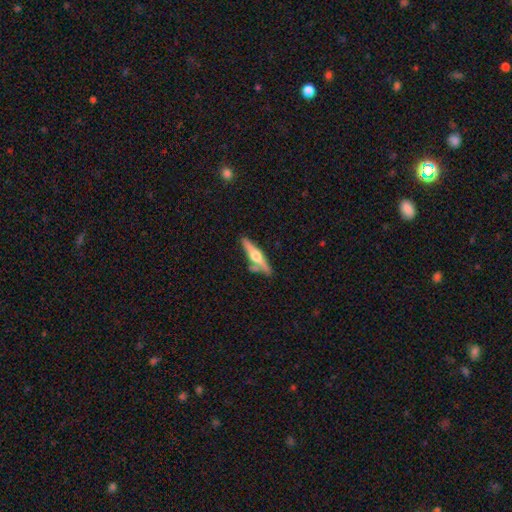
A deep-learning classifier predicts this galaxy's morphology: The model was most divided on "smooth or featured": featured or disk: 65%, smooth: 29%, star or artifact: 5%. More confident: edge-on disk — yes (96%); edge-on bulge — rounded (94%); merging — none (73%).